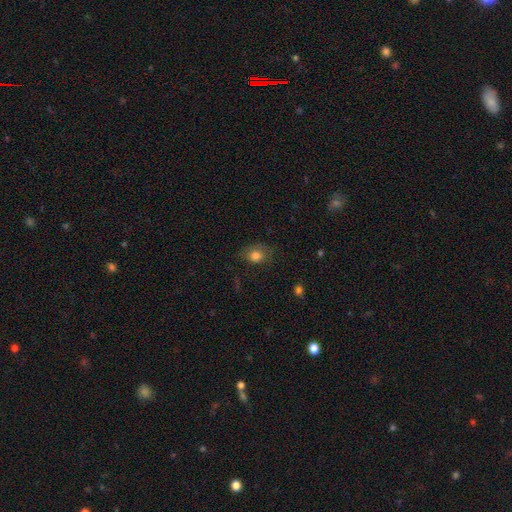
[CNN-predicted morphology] smooth 78%, featured or disk 12%, star or artifact 11%. Down the decision tree: how rounded — in between (50%); merging — none (63%).